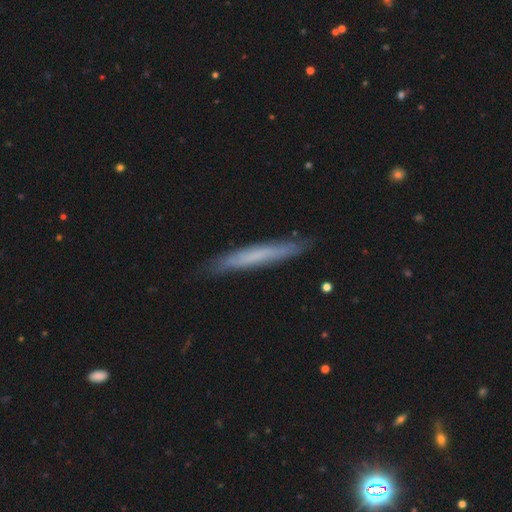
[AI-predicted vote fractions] Smooth or featured: smooth — 54% (featured or disk — 39%)
How rounded: cigar-shaped — 95% (in between — 4%)
Merging: none — 85% (minor disturbance — 12%)